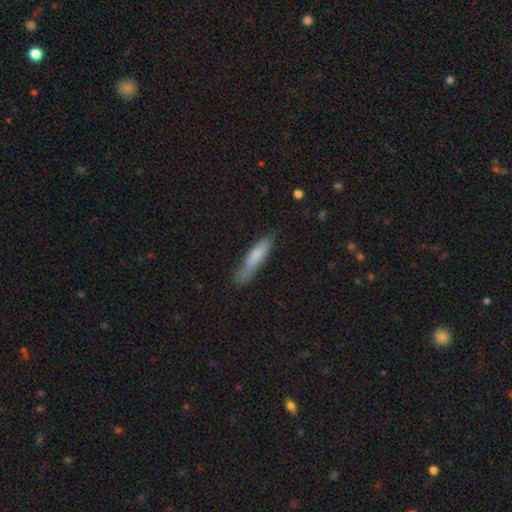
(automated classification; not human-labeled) This appears to be a smooth galaxy with no disk features (76%) that is cigar-shaped (83%). Merging: none (75%).